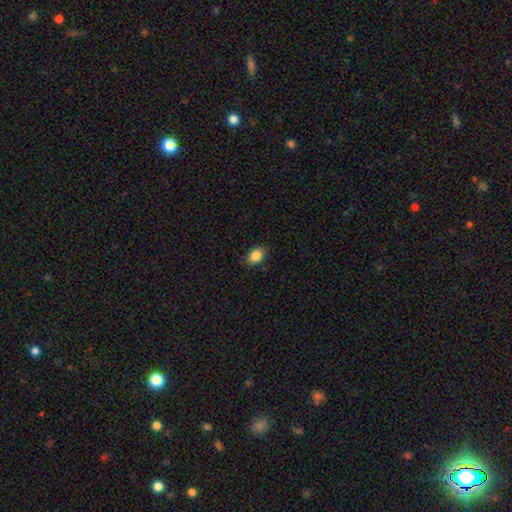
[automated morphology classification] Smooth or featured?
  - smooth: 86% *
  - star or artifact: 9%
  - featured or disk: 5%
How rounded?
  - in between: 67% *
  - round: 32%
  - cigar-shaped: 1%
Merging?
  - none: 84% *
  - minor disturbance: 12%
  - major disturbance: 3%
  - merger: 1%